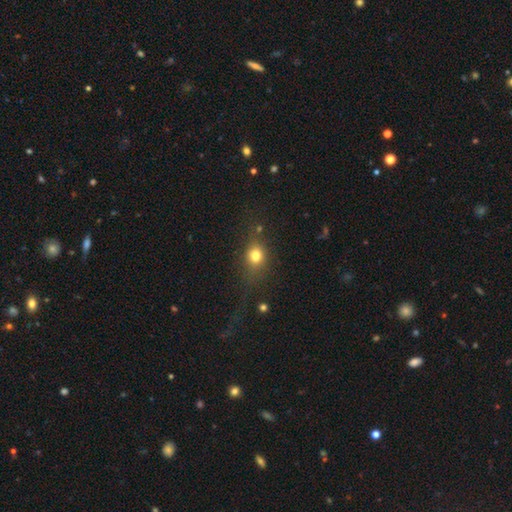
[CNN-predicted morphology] This is likely a smooth galaxy (76%). How rounded: possibly round (60%). Merging: likely none (61%).